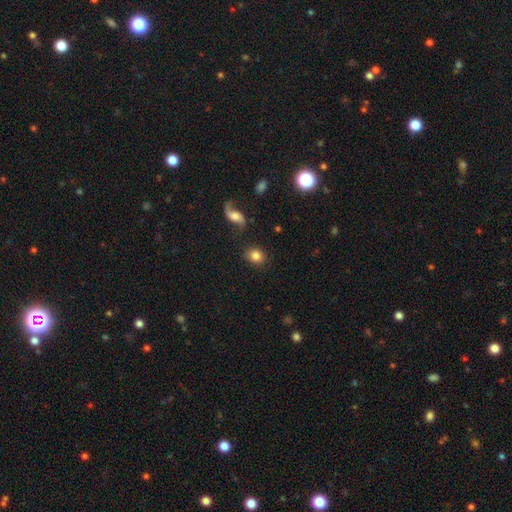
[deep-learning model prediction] smooth-or-featured: smooth: 81% | featured or disk: 11% | star or artifact: 8%
  how-rounded: round: 61% | in between: 38% | cigar-shaped: 1%
  merging: none: 82% | minor disturbance: 11% | major disturbance: 4% | merger: 4%